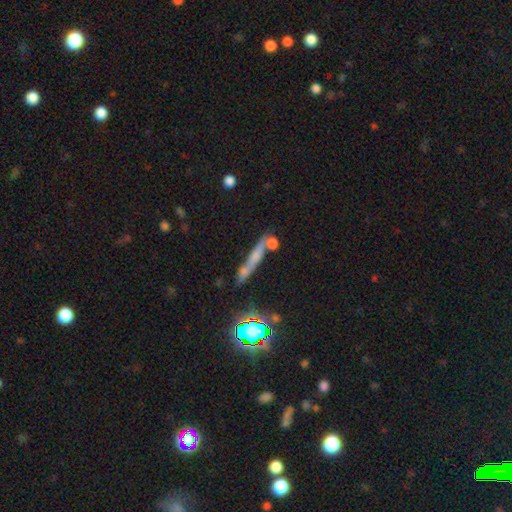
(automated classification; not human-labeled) Smooth or featured? smooth (45%)
Merging? none (57%)